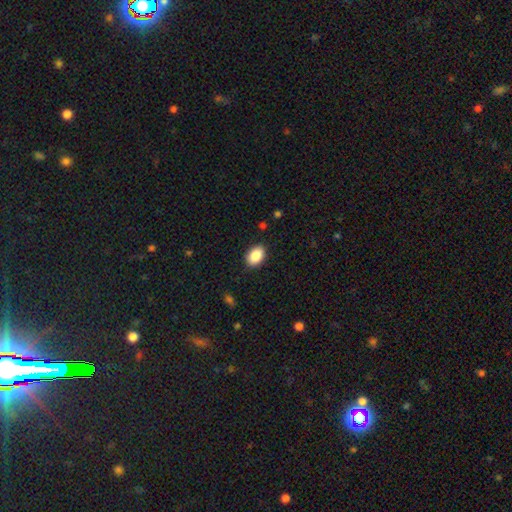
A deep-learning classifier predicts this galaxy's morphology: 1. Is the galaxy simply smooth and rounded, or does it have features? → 88% smooth, 8% star or artifact, 5% featured or disk.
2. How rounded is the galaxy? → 81% in between, 18% round, 1% cigar-shaped.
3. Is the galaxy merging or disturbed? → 88% none, 9% minor disturbance, 2% major disturbance, 1% merger.